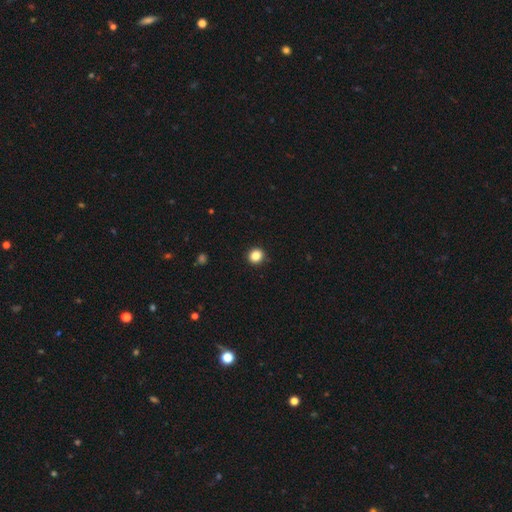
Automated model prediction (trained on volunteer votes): smooth 86%, star or artifact 11%, featured or disk 3%. Down the decision tree: how rounded — round (89%); merging — none (92%).